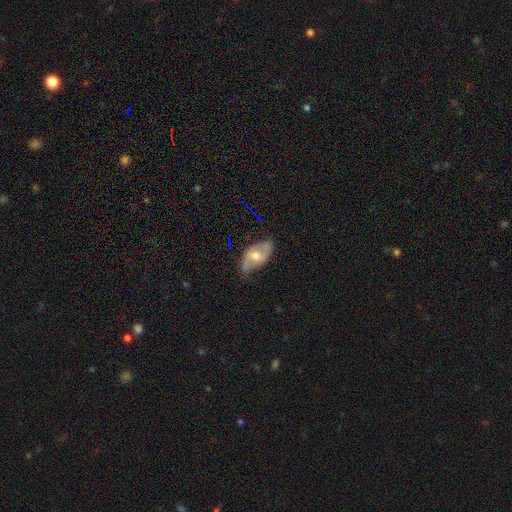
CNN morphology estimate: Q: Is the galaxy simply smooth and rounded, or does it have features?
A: featured or disk — 66%.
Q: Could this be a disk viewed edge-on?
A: no — 92%.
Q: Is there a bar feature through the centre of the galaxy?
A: no — 55%.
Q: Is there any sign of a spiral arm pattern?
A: yes — 80%.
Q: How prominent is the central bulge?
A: moderate — 66%.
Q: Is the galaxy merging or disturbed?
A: none — 65%.